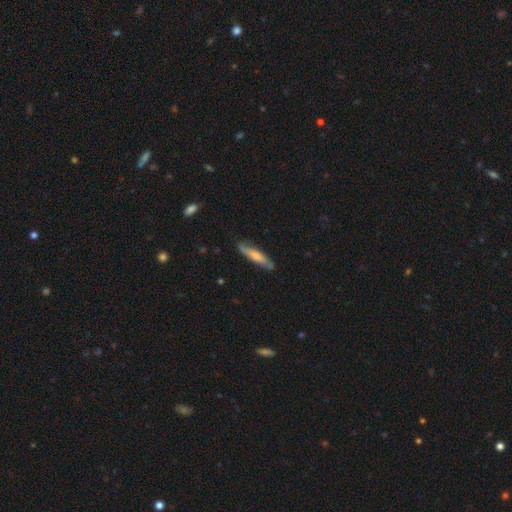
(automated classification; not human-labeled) A smooth galaxy with no disk features (56%) that is cigar-shaped (83%). Merging: none (78%).